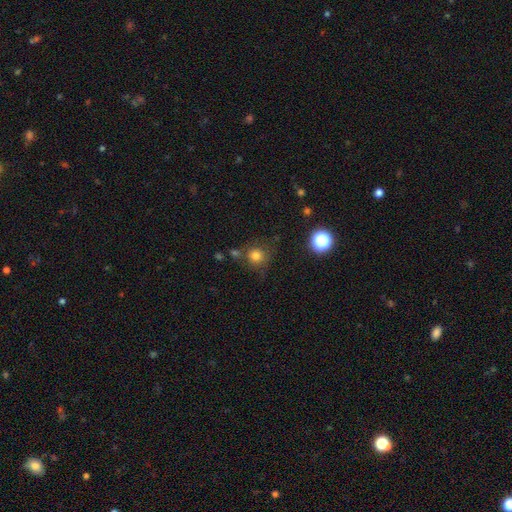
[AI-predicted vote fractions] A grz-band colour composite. It shows a smooth galaxy with no disk features (77%) that is round (92%). Merging: none (73%).